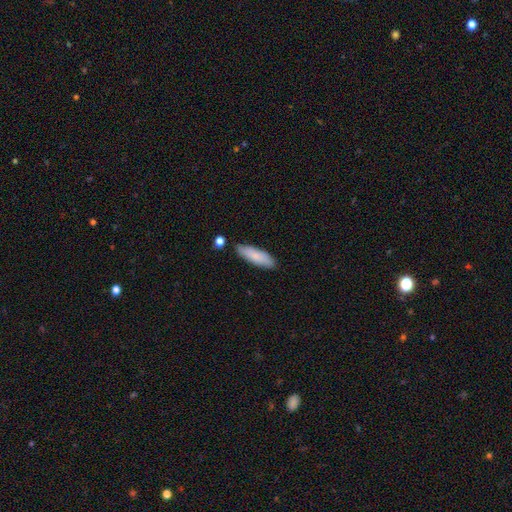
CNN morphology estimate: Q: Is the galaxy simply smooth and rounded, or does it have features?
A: smooth — 82%.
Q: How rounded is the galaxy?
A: cigar-shaped — 54%.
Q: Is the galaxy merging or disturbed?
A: none — 83%.